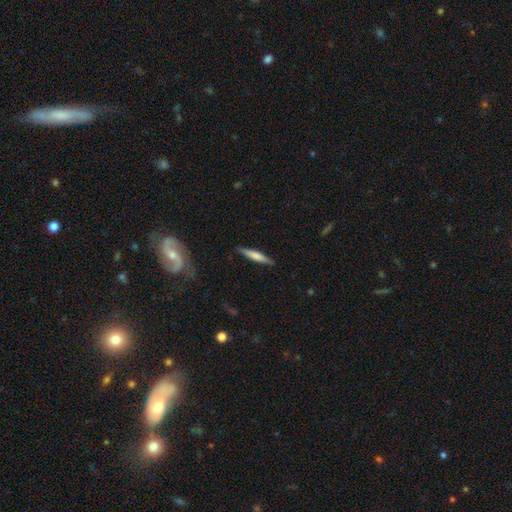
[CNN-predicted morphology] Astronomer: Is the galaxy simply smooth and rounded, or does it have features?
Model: smooth — 63%.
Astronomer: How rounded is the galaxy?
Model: cigar-shaped — 91%.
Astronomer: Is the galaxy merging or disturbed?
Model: none — 87%.